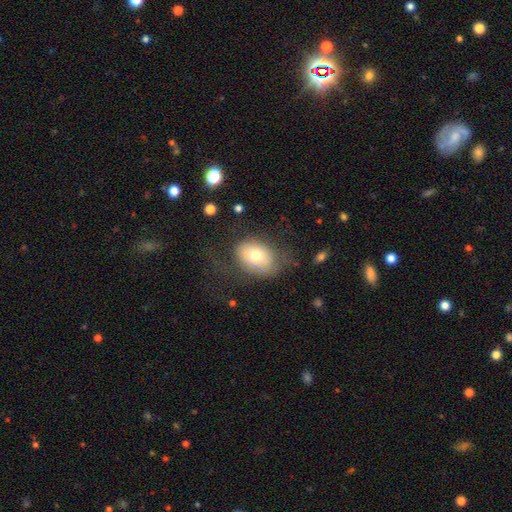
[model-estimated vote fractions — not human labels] Morphology: type=smooth (61%); roundness=in between (78%); merging=none (53%).